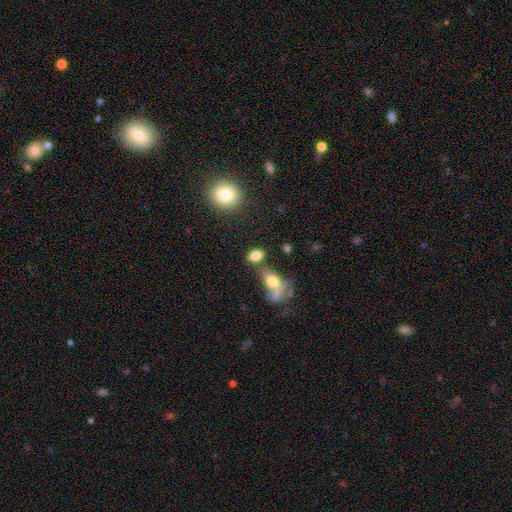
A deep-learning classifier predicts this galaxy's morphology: A smooth galaxy with no disk features (80%) that is in between round and cigar-shaped (86%).

Vote fractions:
- Smooth or featured? smooth: 80% / star or artifact: 11% / featured or disk: 9%
- How rounded? in between: 86% / round: 11% / cigar-shaped: 4%
- Merging? none: 55% / merger: 24% / minor disturbance: 14% / major disturbance: 7%